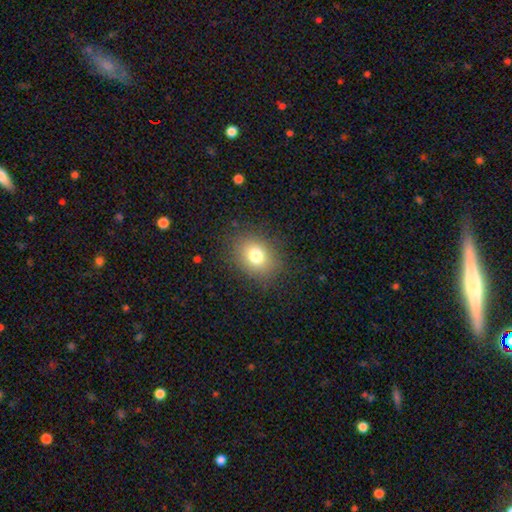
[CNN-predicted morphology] smooth-or-featured: smooth: 78% | star or artifact: 12% | featured or disk: 10%
  how-rounded: in between: 50% | round: 49% | cigar-shaped: 1%
  merging: none: 85% | minor disturbance: 10% | major disturbance: 4% | merger: 1%